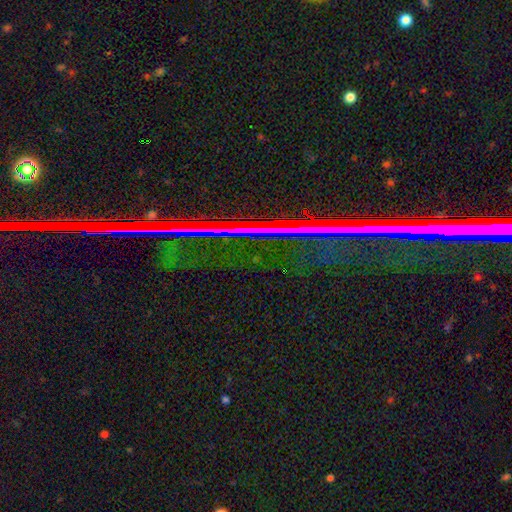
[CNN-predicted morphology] smooth_or_featured: star or artifact (p=0.84) [alt: featured or disk p=0.10]